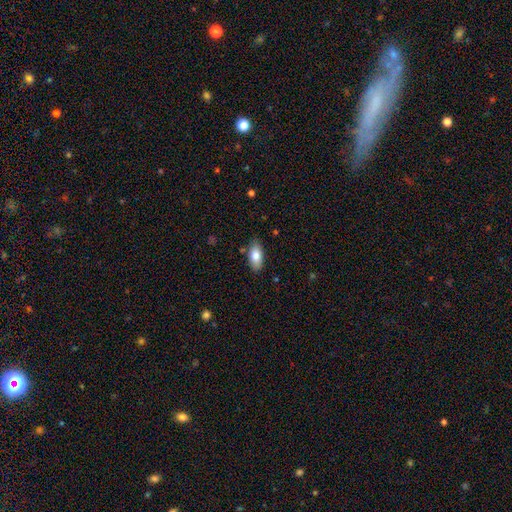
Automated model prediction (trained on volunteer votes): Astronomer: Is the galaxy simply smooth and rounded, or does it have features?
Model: smooth — 81%.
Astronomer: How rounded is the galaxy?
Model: in between — 90%.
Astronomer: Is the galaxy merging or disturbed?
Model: none — 84%.